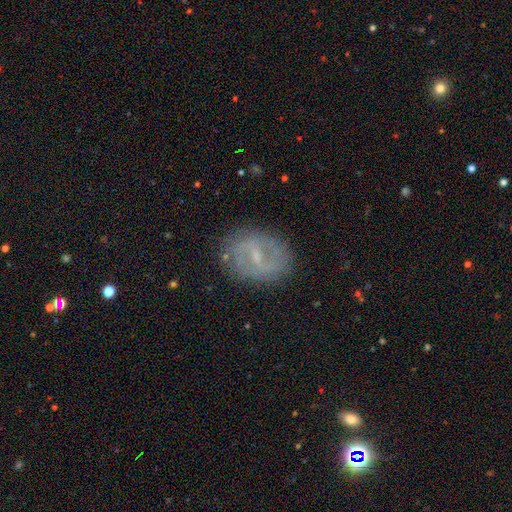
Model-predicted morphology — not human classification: A featured or disk galaxy (69%) with a weak bar (51%), 2 (79%) medium (43%) spiral arms (78%) and a small central bulge (68%).

Vote fractions:
- Smooth or featured? featured or disk: 69% / smooth: 20% / star or artifact: 10%
- Edge-on disk? no: 96% / yes: 4%
- Bar? weak: 51% / strong: 33% / no: 16%
- Spiral arms? yes: 78% / no: 22%
- Spiral winding? medium: 43% / tight: 29% / loose: 28%
- Spiral arm count? 2: 79% / can't tell: 13% / 1: 2% / 3: 2% / 4: 1% / more than 4: 1%
- Bulge size? small: 68% / moderate: 18% / none: 12% / large: 1% / dominant: 1%
- Merging? none: 83% / minor disturbance: 11% / major disturbance: 4% / merger: 1%